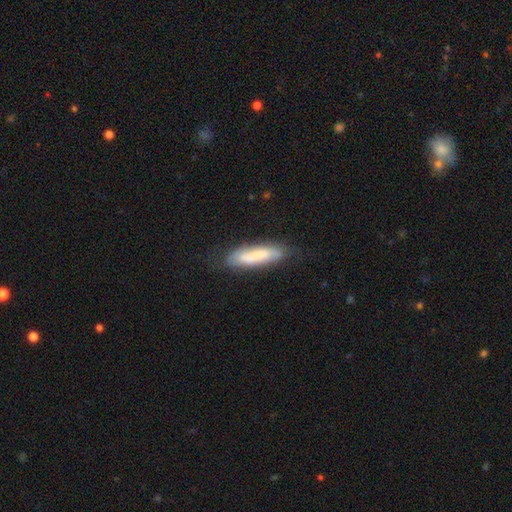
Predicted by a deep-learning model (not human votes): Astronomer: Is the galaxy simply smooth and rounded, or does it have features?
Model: smooth — 61%.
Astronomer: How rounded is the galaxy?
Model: cigar-shaped — 66%.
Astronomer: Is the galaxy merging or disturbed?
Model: none — 74%.